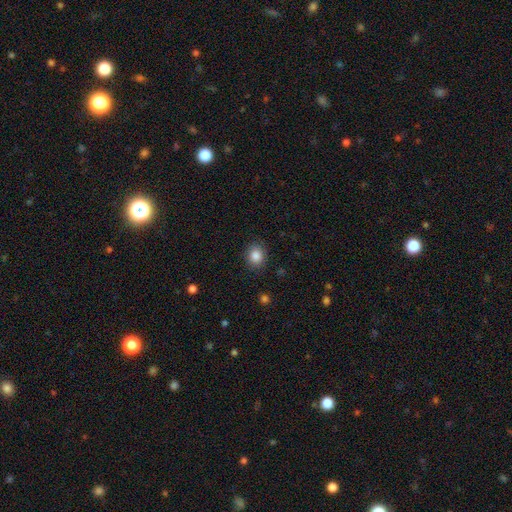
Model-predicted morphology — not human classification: Overall: smooth (85%). How rounded: round (64%; in between 35%). Merging: none (86%).